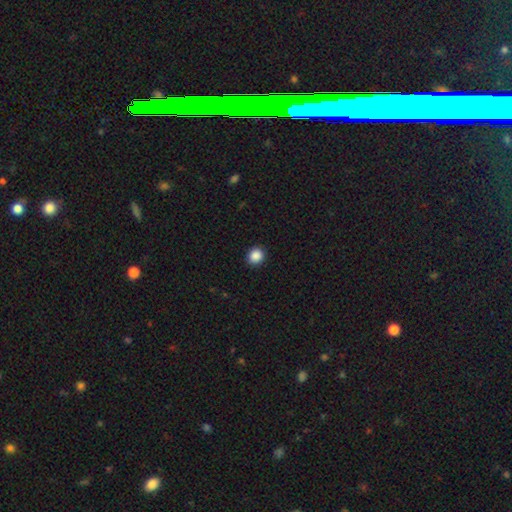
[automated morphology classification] smooth 88%, star or artifact 9%, featured or disk 3%. Down the decision tree: how rounded — round (84%); merging — none (92%).